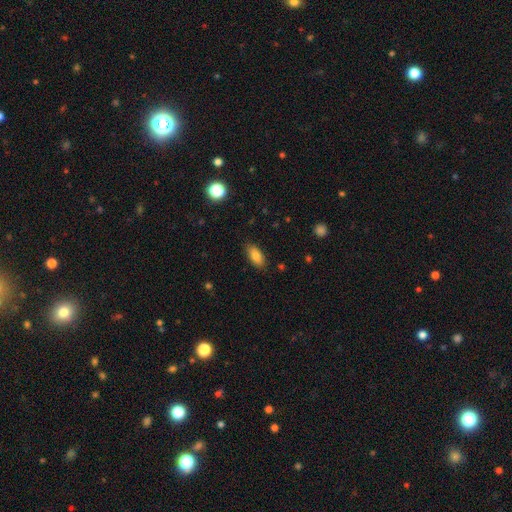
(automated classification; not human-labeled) A smooth galaxy with no disk features (84%) that is in between round and cigar-shaped (88%). Merging: none (85%).